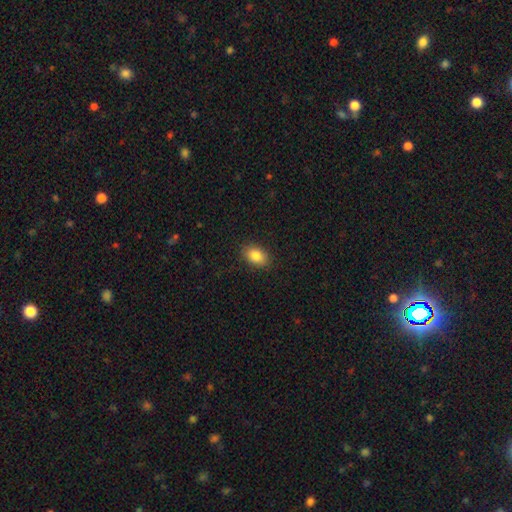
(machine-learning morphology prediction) smooth-or-featured: smooth: 85% | star or artifact: 8% | featured or disk: 7%
  how-rounded: in between: 84% | round: 14% | cigar-shaped: 2%
  merging: none: 88% | minor disturbance: 9% | major disturbance: 2% | merger: 1%